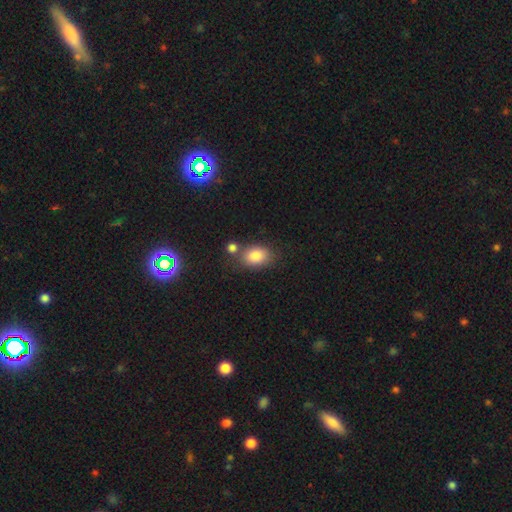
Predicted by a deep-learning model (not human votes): Smooth or featured: smooth — 84% (star or artifact — 9%)
How rounded: in between — 78% (round — 21%)
Merging: none — 59% (merger — 21%)